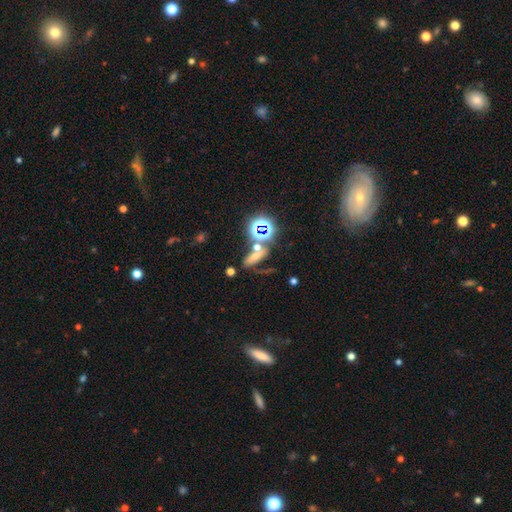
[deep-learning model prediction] This is marginally a smooth galaxy (45%). Merging: possibly none (49%).